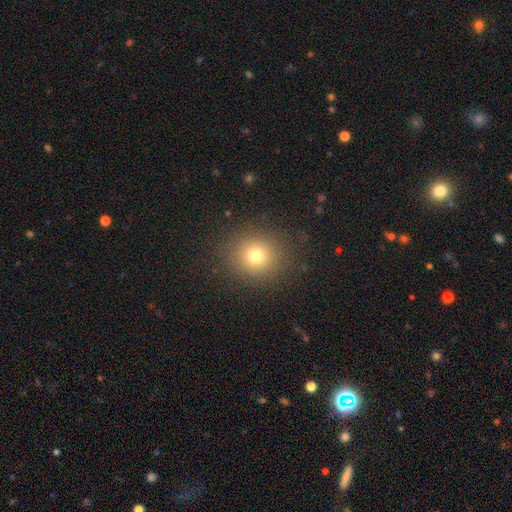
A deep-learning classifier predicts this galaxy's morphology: This is likely a smooth galaxy (74%). How rounded: clearly round (86%). Merging: clearly none (88%).